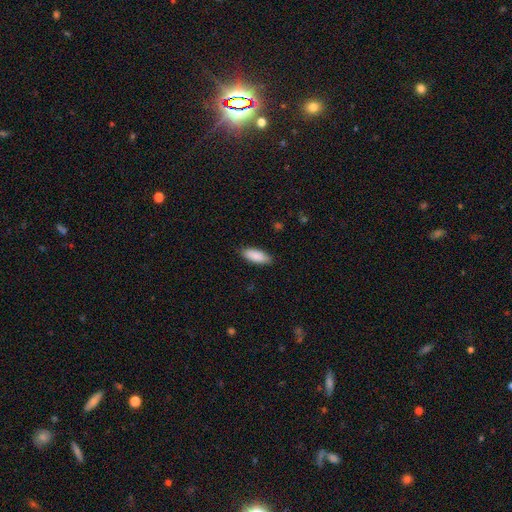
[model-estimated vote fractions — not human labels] Morphology: type=smooth (89%); roundness=in between (75%); merging=none (87%).